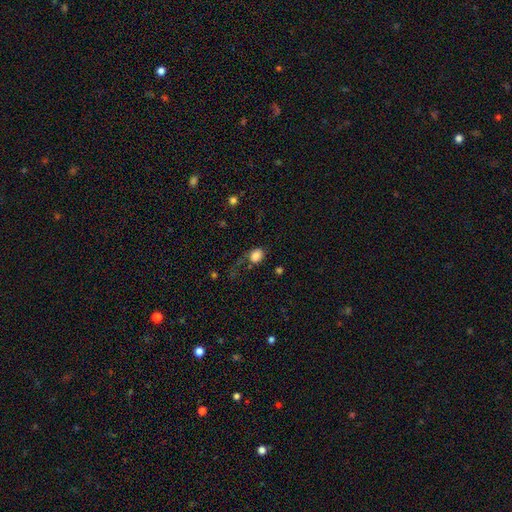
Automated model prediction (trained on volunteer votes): A smooth galaxy with no disk features (83%) that is in between round and cigar-shaped (54%). Merging: none (47%).